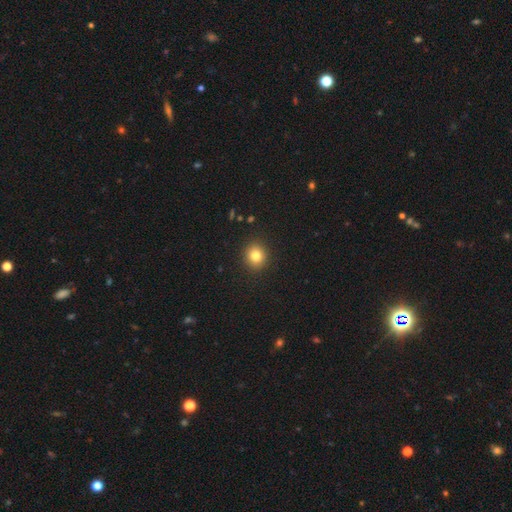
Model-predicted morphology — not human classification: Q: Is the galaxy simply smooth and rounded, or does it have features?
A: smooth — 81%.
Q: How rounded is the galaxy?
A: round — 83%.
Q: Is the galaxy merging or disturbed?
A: none — 91%.